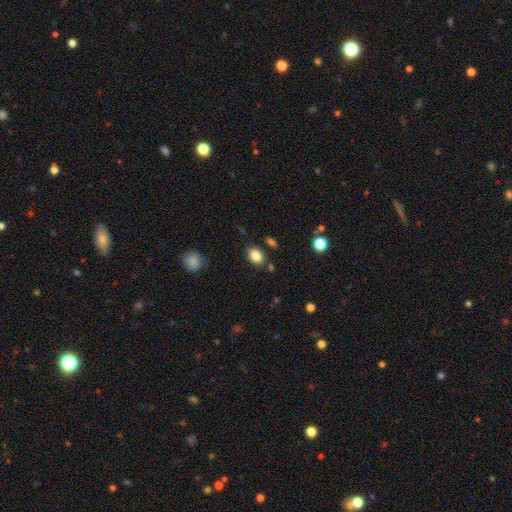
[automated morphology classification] Overall: smooth (85%). How rounded: in between (74%). Merging: none (81%).